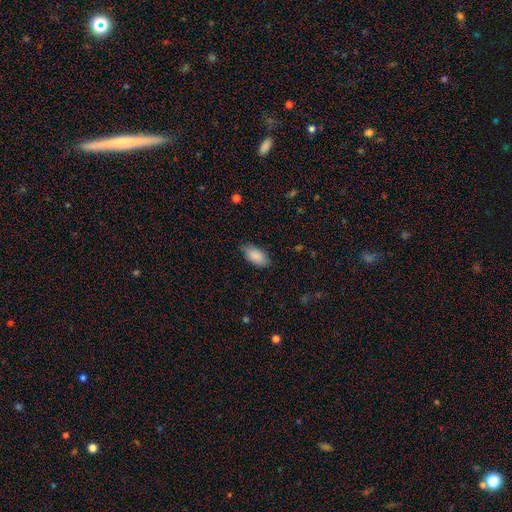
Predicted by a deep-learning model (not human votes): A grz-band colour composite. It shows a smooth galaxy with no disk features (89%) that is in between round and cigar-shaped (93%). Merging: none (81%).